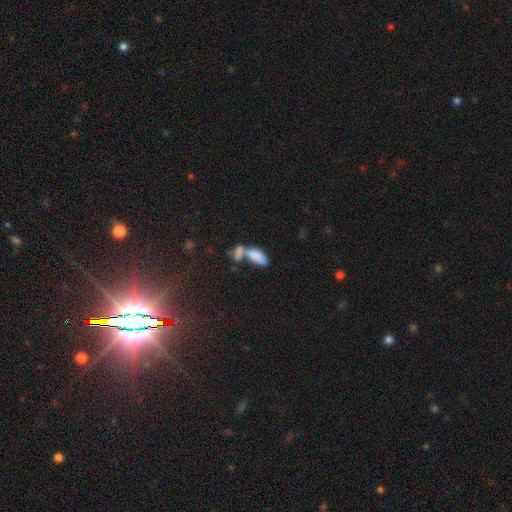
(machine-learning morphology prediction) smooth 81%, featured or disk 11%, star or artifact 8%. Down the decision tree: how rounded — in between (86%); merging — merger (57%).